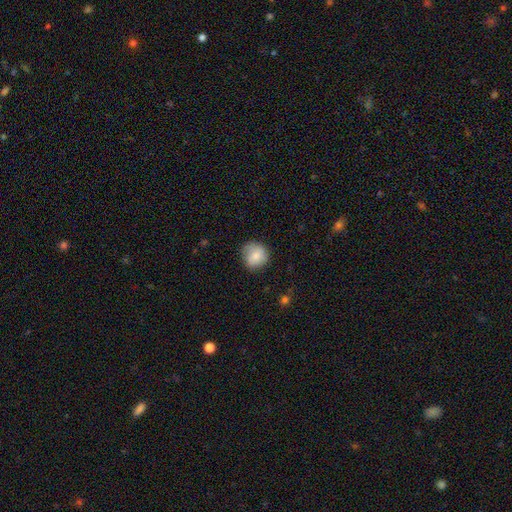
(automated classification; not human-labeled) Overall: smooth (79%). How rounded: round (88%). Merging: none (74%).